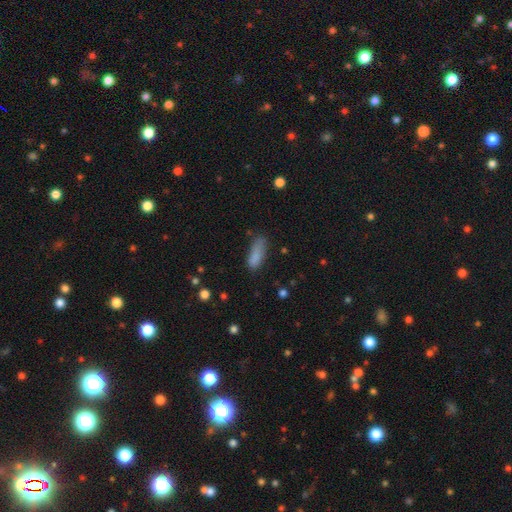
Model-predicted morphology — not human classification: A smooth galaxy with no disk features (83%) that is in between round and cigar-shaped (62%).

Vote fractions:
- Smooth or featured? smooth: 83% / star or artifact: 10% / featured or disk: 8%
- How rounded? in between: 62% / cigar-shaped: 35% / round: 2%
- Merging? none: 54% / minor disturbance: 30% / major disturbance: 12% / merger: 4%